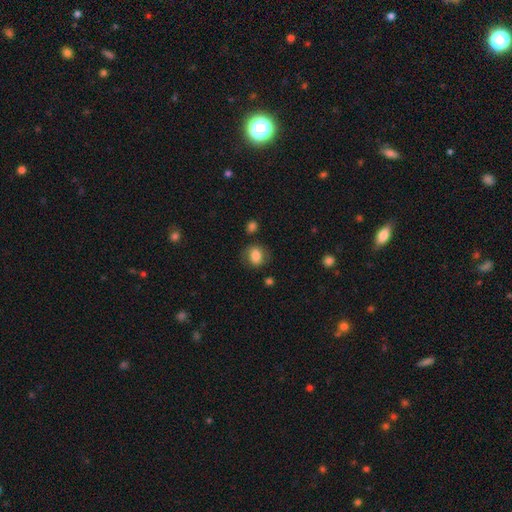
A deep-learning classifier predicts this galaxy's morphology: Smooth or featured?
  - smooth: 78% *
  - featured or disk: 13%
  - star or artifact: 9%
How rounded?
  - in between: 49% * (tied)
  - round: 49% * (tied)
  - cigar-shaped: 1%
Merging?
  - none: 73% *
  - minor disturbance: 17%
  - major disturbance: 6%
  - merger: 3%